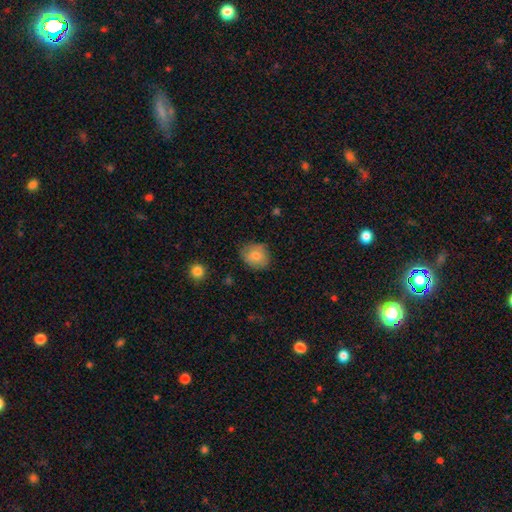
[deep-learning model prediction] smooth 79%, featured or disk 13%, star or artifact 8%. Down the decision tree: how rounded — round (63%); merging — none (71%).